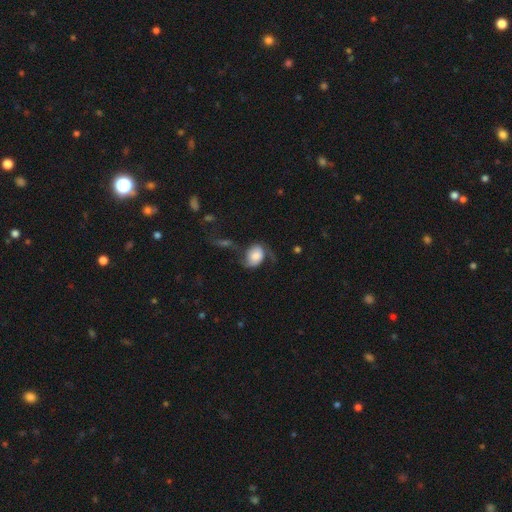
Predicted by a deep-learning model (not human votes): smooth_or_featured: smooth (p=0.50) [alt: featured or disk p=0.41]
how_rounded: in between (p=0.64) [alt: round p=0.35]
merging: none (p=0.39) [alt: major disturbance p=0.29]